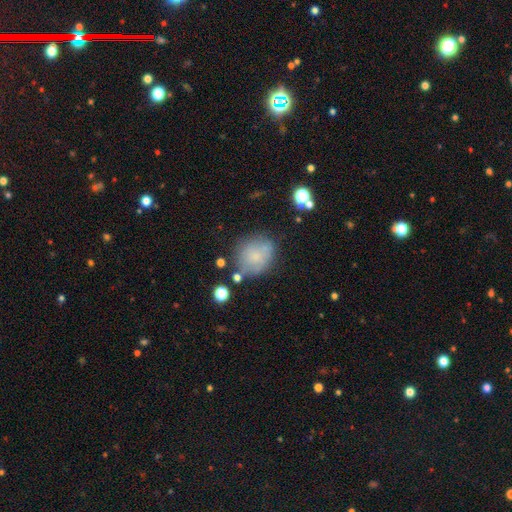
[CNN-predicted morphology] Q: Smooth or featured?
A: smooth (70%); runner-up: featured or disk (18%)
Q: How rounded?
A: round (72%); runner-up: in between (27%)
Q: Merging?
A: none (62%); runner-up: minor disturbance (22%)